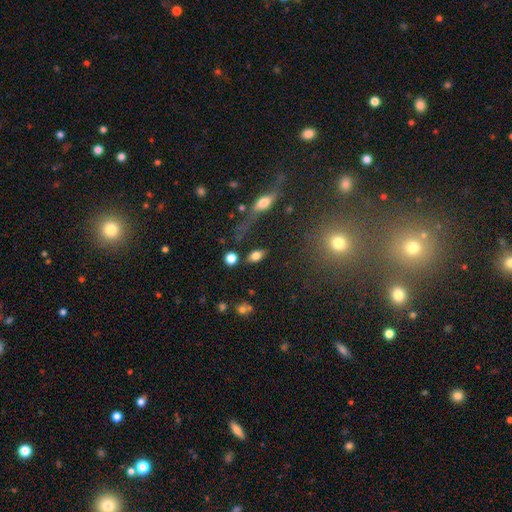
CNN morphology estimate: Overall: smooth (77%). How rounded: in between (81%). Merging: none (76%).